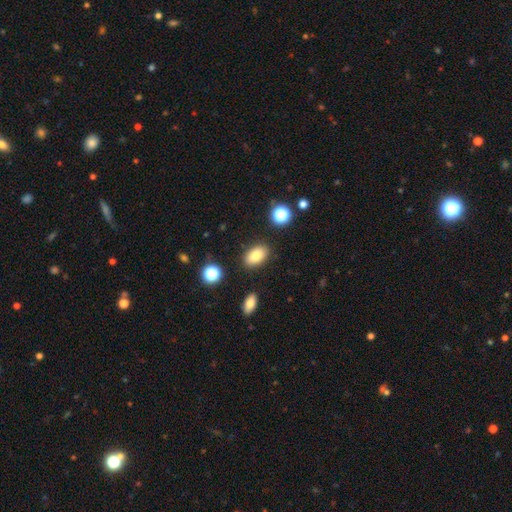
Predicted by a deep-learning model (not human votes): Overall: smooth (80%). How rounded: in between (88%). Merging: none (85%).